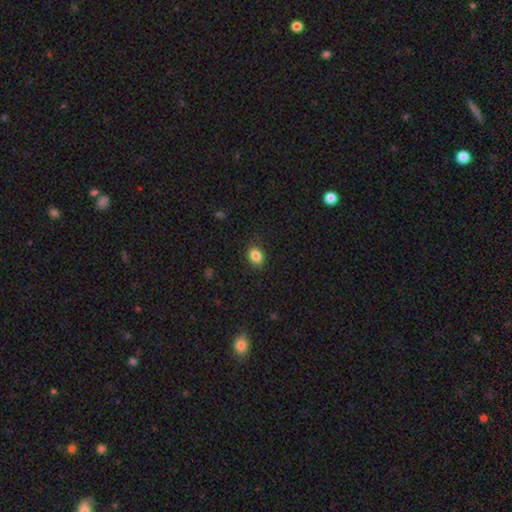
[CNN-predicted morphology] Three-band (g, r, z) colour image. It shows a smooth galaxy with no disk features (85%) that is in between round and cigar-shaped (59%). Merging: none (86%).